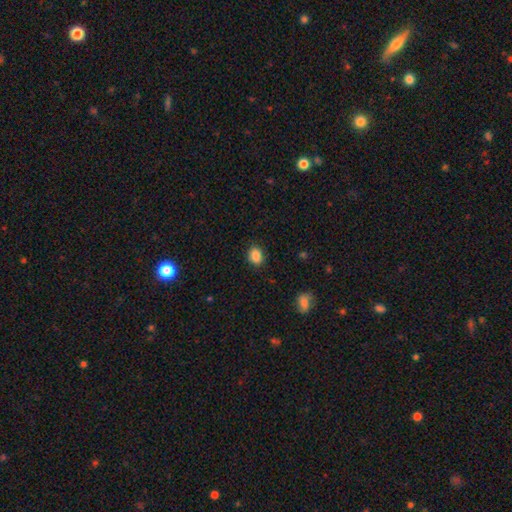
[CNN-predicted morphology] This is clearly a smooth galaxy (87%). How rounded: likely in between (63%). Merging: clearly none (87%).